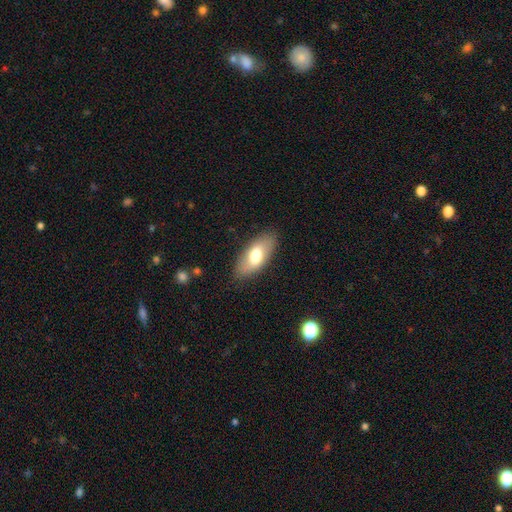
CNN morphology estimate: The model was most divided on "smooth or featured": smooth: 68%, featured or disk: 26%, star or artifact: 6%. More confident: how rounded — in between (86%); merging — none (84%).